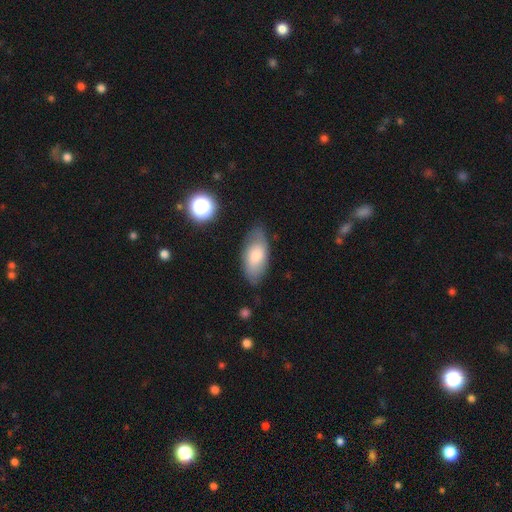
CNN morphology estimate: type=smooth (69%); roundness=in between (90%); merging=none (73%).